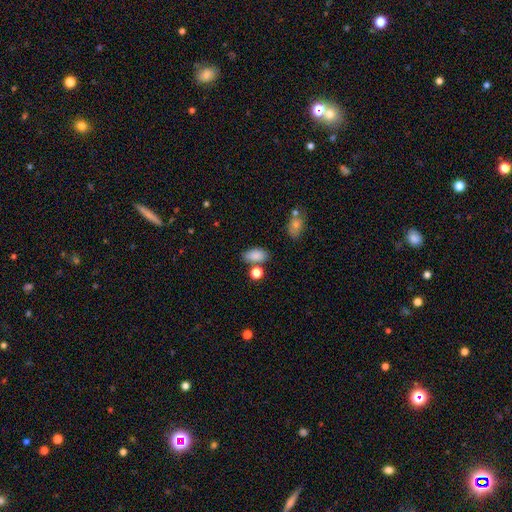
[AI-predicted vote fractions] Smooth or featured: smooth — 85% (star or artifact — 10%)
How rounded: in between — 90% (round — 7%)
Merging: none — 70% (minor disturbance — 14%)